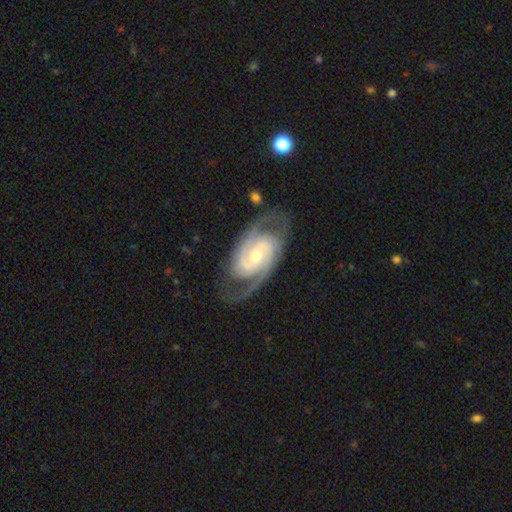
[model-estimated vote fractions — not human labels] smooth_or_featured: featured or disk (p=0.91) [alt: smooth p=0.05]
disk_edge_on: no (p=0.96) [alt: yes p=0.04]
bar: no (p=0.45) [alt: weak p=0.40]
has_spiral_arms: yes (p=0.98) [alt: no p=0.02]
spiral_winding: tight (p=0.49) [alt: medium p=0.43]
spiral_arm_count: 2 (p=0.78) [alt: 3 p=0.10]
bulge_size: moderate (p=0.52) [alt: small p=0.44]
merging: none (p=0.75) [alt: minor disturbance p=0.16]